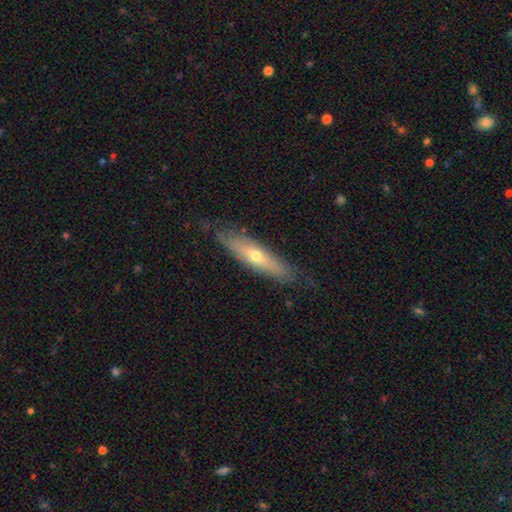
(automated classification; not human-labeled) Smooth or featured? smooth (47%, tied with featured or disk)
Merging? none (78%)